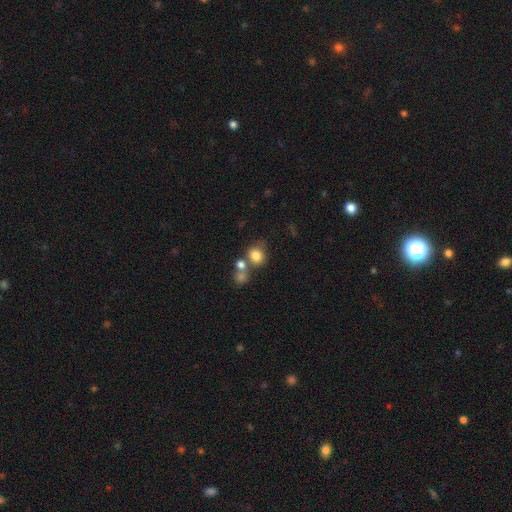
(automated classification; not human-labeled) The model was most divided on "merging": none: 52%, merger: 30%, minor disturbance: 12%, major disturbance: 6%. More confident: smooth or featured — smooth (80%); how rounded — round (72%).